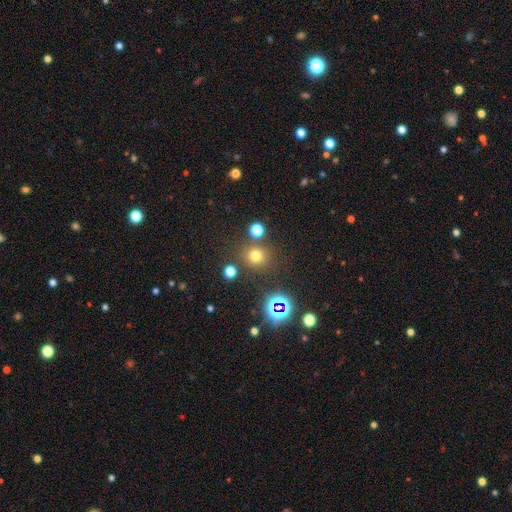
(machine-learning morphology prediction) This is likely a smooth galaxy (69%). How rounded: clearly round (89%). Merging: likely none (80%).